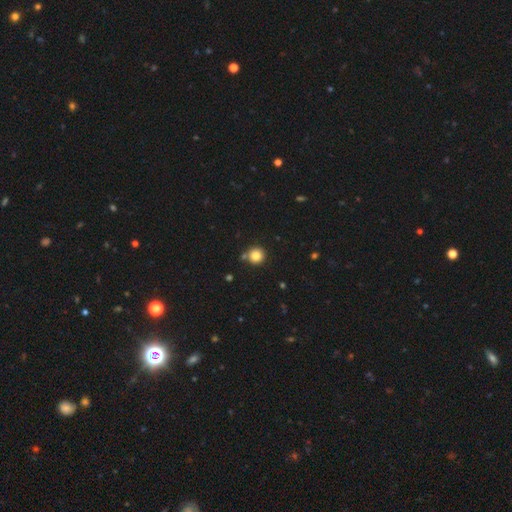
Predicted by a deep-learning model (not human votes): Smooth or featured? smooth (84%)
How rounded? round (95%)
Merging? none (81%)